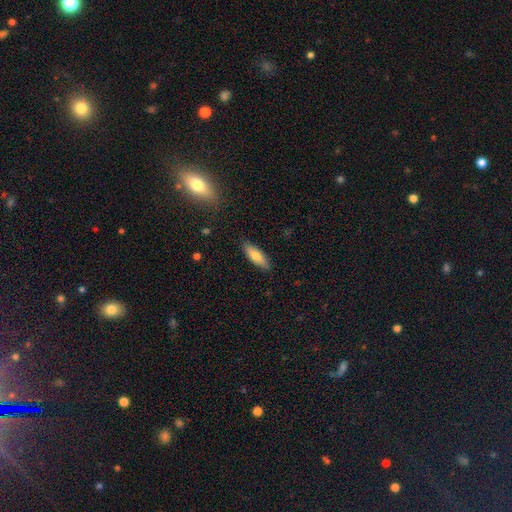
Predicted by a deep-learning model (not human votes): A smooth galaxy with no disk features (79%) that is in between round and cigar-shaped (56%). Merging: none (87%).